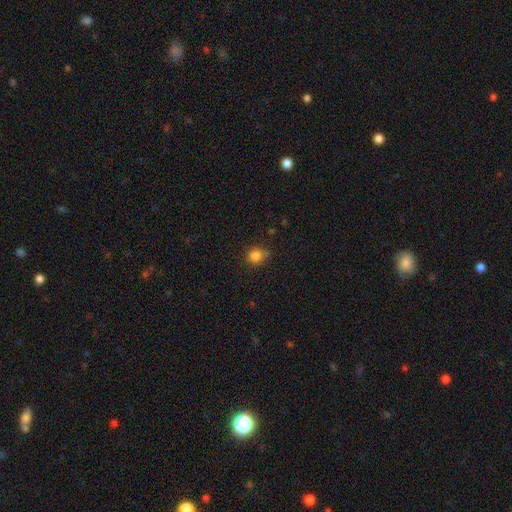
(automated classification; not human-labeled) smooth 83%, star or artifact 12%, featured or disk 5%. Down the decision tree: how rounded — round (84%); merging — none (72%).